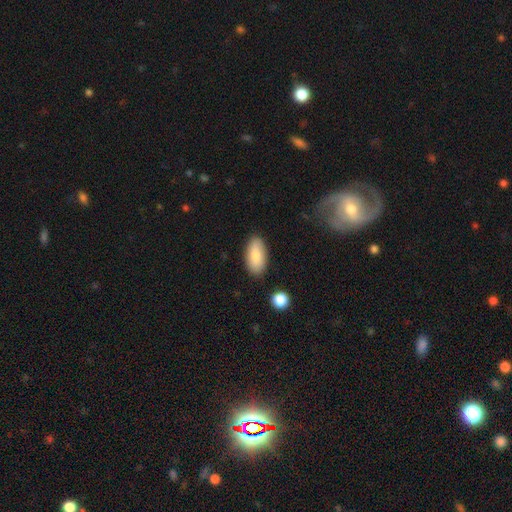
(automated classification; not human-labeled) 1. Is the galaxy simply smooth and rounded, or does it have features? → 83% smooth, 11% featured or disk, 6% star or artifact.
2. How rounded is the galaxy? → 92% in between, 6% cigar-shaped, 2% round.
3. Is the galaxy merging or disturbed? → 84% none, 11% minor disturbance, 3% merger, 3% major disturbance.